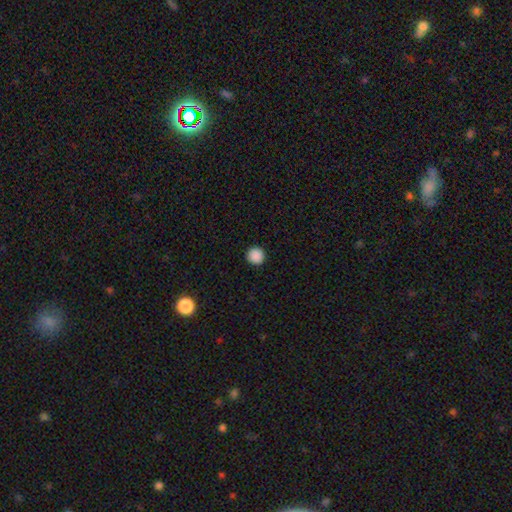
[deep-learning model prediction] smooth_or_featured: smooth (p=0.88) [alt: star or artifact p=0.10]
how_rounded: round (p=0.96) [alt: in between p=0.03]
merging: none (p=0.93) [alt: minor disturbance p=0.04]